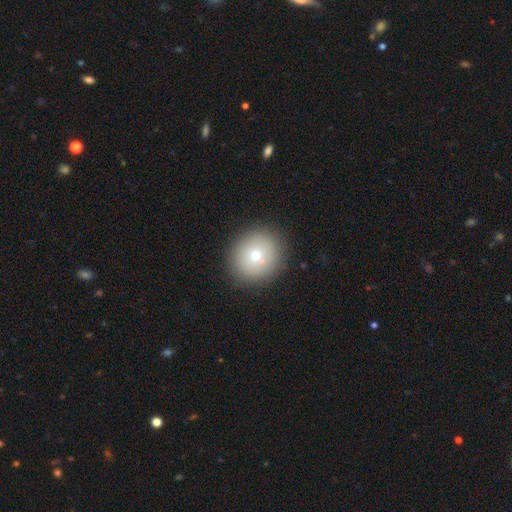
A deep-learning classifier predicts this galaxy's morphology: This appears to be a smooth galaxy with no disk features (69%) that is round (87%). Merging: none (89%).